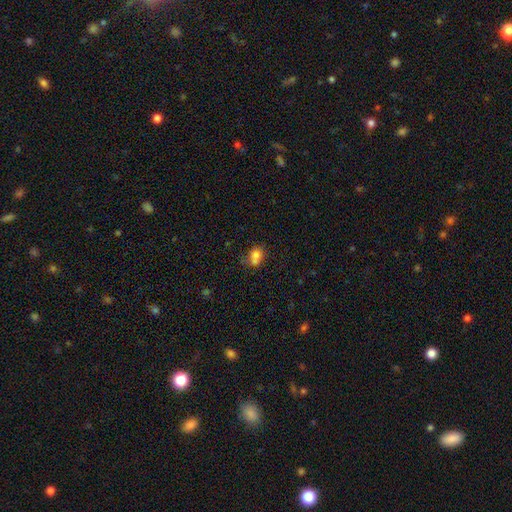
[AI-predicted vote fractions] This is likely a smooth galaxy (74%). How rounded: possibly in between (51%). Merging: marginally none (37%).